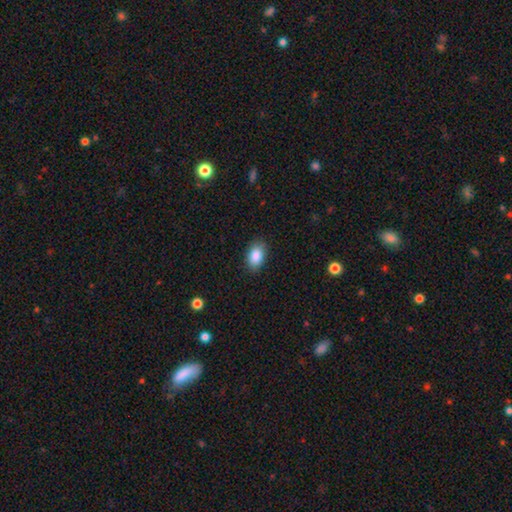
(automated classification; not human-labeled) A smooth galaxy with no disk features (88%) that is in between round and cigar-shaped (91%).

Vote fractions:
- Smooth or featured? smooth: 88% / star or artifact: 7% / featured or disk: 5%
- How rounded? in between: 91% / round: 8% / cigar-shaped: 2%
- Merging? none: 86% / minor disturbance: 10% / major disturbance: 2% / merger: 1%